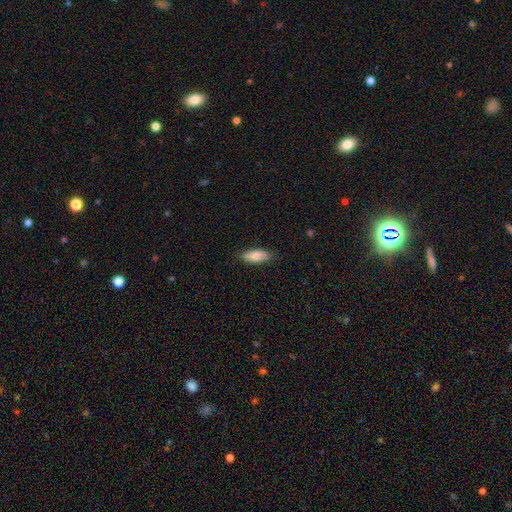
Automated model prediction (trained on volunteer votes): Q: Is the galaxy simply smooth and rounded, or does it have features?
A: smooth — 79%.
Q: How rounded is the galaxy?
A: in between — 81%.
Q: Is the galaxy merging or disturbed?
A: none — 84%.